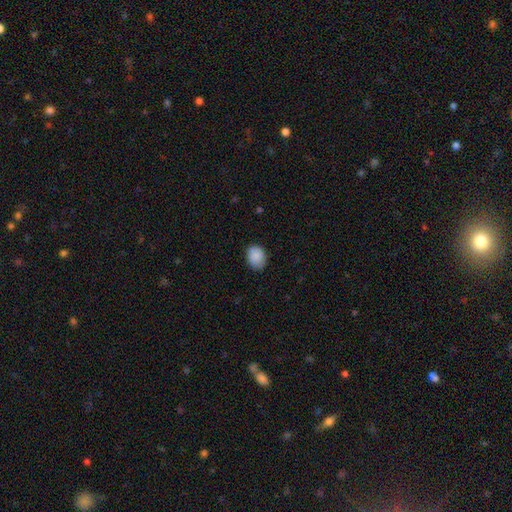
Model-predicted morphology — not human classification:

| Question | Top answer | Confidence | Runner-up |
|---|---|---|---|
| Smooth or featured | smooth | 89% | star or artifact (7%) |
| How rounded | in between | 57% | round (42%) |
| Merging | none | 79% | minor disturbance (17%) |